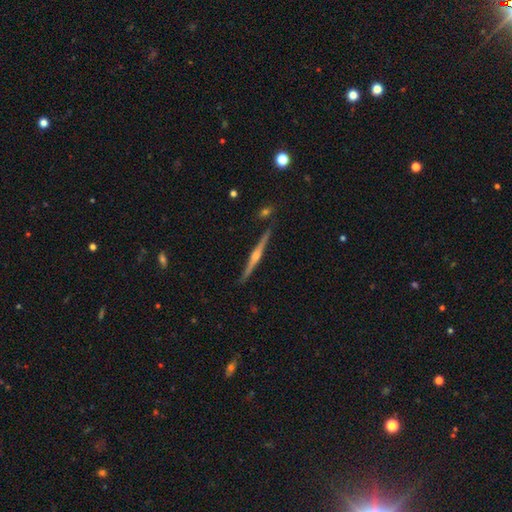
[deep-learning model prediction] Smooth or featured? featured or disk (83%)
Edge-on disk? yes (98%)
Edge-on bulge? rounded (85%)
Merging? none (90%)